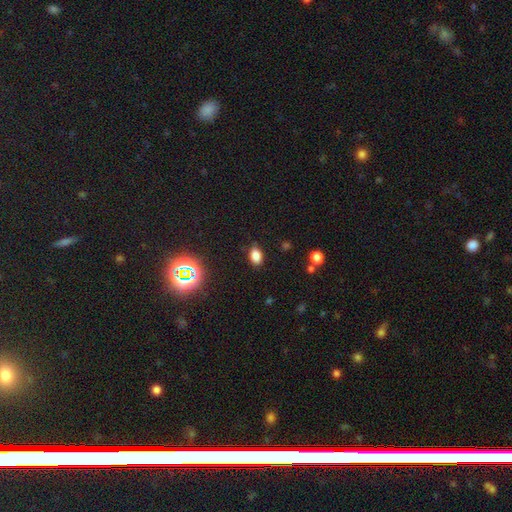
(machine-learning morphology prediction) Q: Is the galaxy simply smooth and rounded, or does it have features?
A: smooth — 79%.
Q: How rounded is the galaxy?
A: in between — 86%.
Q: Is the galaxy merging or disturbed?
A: none — 84%.